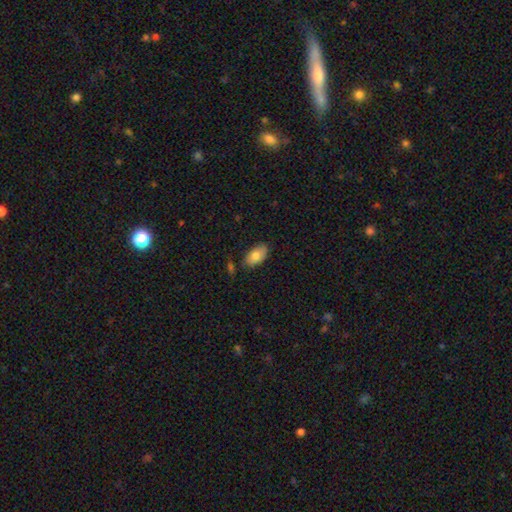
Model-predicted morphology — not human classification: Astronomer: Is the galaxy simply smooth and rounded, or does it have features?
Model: smooth — 80%.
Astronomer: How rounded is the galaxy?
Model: in between — 94%.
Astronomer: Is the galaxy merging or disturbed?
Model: none — 78%.